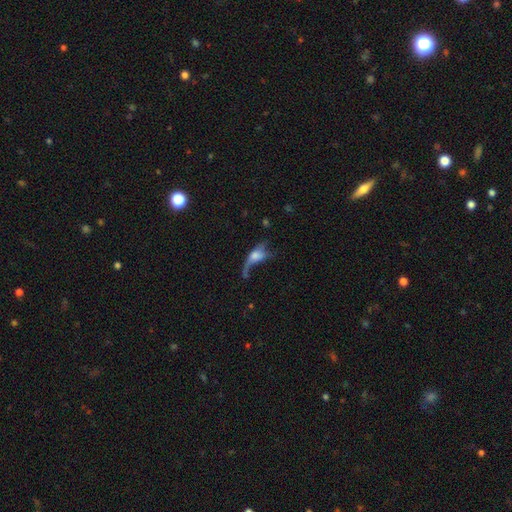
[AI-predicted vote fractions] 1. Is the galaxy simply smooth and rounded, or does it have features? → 46% featured or disk, 42% smooth, 12% star or artifact.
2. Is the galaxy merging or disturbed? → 52% major disturbance, 23% none, 15% minor disturbance, 11% merger.